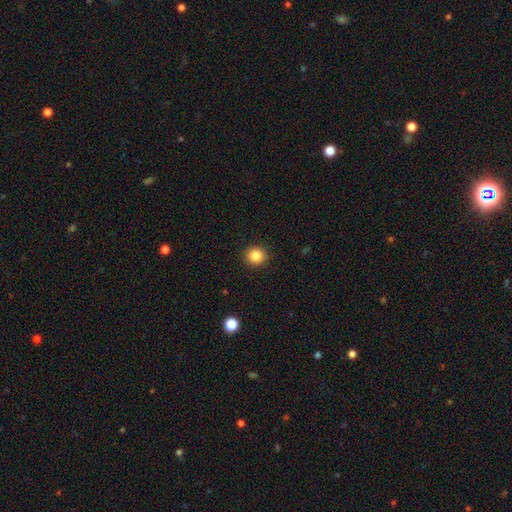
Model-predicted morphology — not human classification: smooth_or_featured: smooth (p=0.85) [alt: star or artifact p=0.10]
how_rounded: round (p=0.88) [alt: in between p=0.11]
merging: none (p=0.91) [alt: minor disturbance p=0.06]